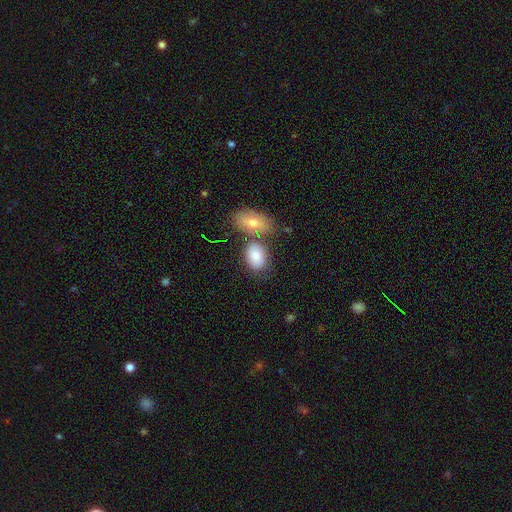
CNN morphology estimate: Overall: smooth (81%). How rounded: in between (84%). Merging: none (60%; merger 21%).